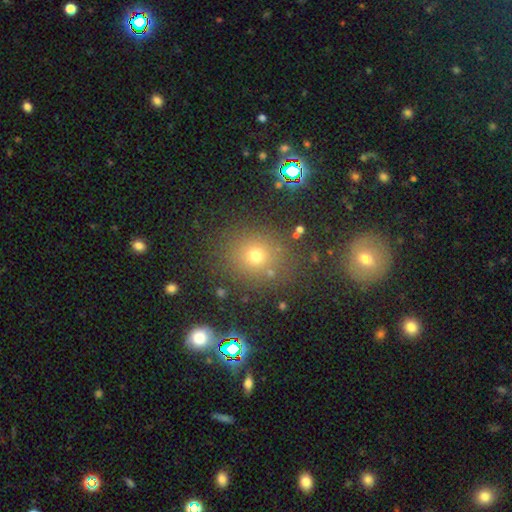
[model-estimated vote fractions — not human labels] This appears to be a smooth galaxy with no disk features (67%) that is round (83%). Merging: none (83%).